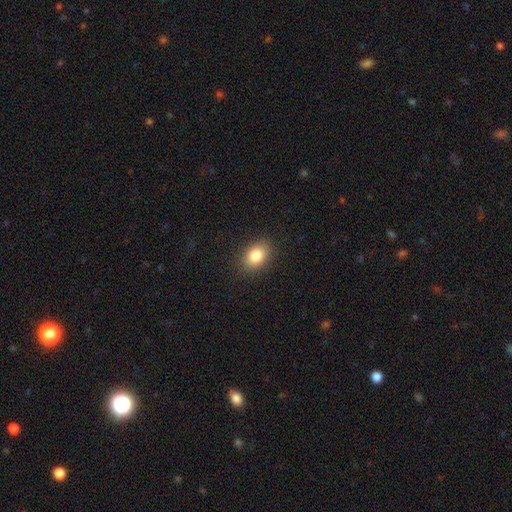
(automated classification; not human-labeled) smooth_or_featured: smooth (p=0.82) [alt: star or artifact p=0.09]
how_rounded: in between (p=0.76) [alt: round p=0.23]
merging: none (p=0.88) [alt: minor disturbance p=0.09]